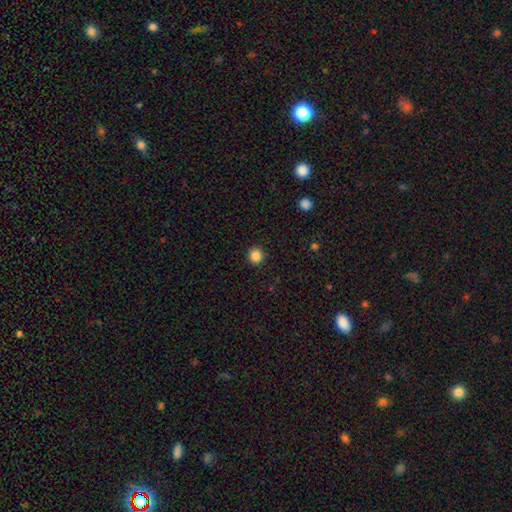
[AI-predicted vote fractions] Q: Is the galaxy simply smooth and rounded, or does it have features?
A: smooth — 86%.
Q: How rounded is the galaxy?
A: round — 91%.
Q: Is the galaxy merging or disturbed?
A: none — 92%.